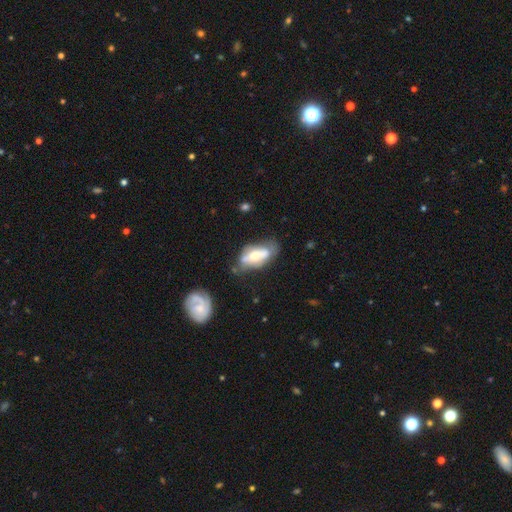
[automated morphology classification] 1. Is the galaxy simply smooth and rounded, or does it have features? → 50% featured or disk, 43% smooth, 7% star or artifact.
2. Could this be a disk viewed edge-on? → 78% no, 22% yes.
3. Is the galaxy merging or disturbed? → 44% none, 30% minor disturbance, 16% major disturbance, 10% merger.